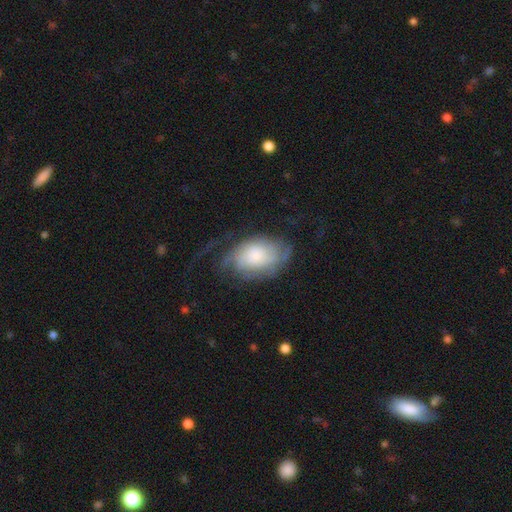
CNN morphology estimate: Smooth or featured?
  - featured or disk: 58% *
  - smooth: 34%
  - star or artifact: 8%
Edge-on disk?
  - no: 96% *
  - yes: 4%
Bar?
  - no: 78% *
  - weak: 19%
  - strong: 3%
Spiral arms?
  - yes: 83% *
  - no: 17%
Bulge size?
  - large: 32% *
  - moderate: 27%
  - small: 25%
  - dominant: 9%
  - none: 8%
Merging?
  - none: 46% *
  - major disturbance: 29%
  - minor disturbance: 23%
  - merger: 2%